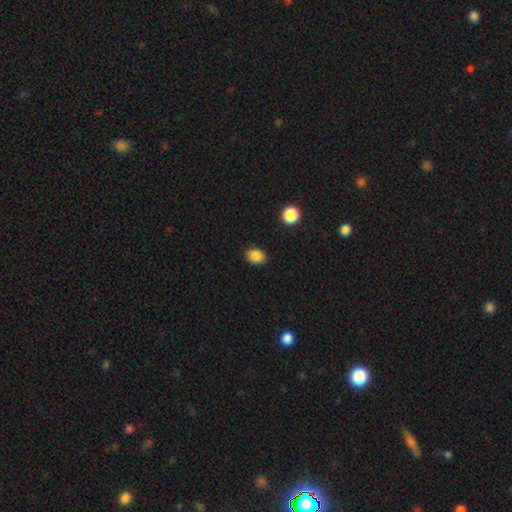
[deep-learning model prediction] Smooth or featured?
  - smooth: 87% *
  - star or artifact: 10%
  - featured or disk: 3%
How rounded?
  - in between: 53% *
  - round: 46%
  - cigar-shaped: 1%
Merging?
  - none: 87% *
  - minor disturbance: 9%
  - major disturbance: 2%
  - merger: 1%